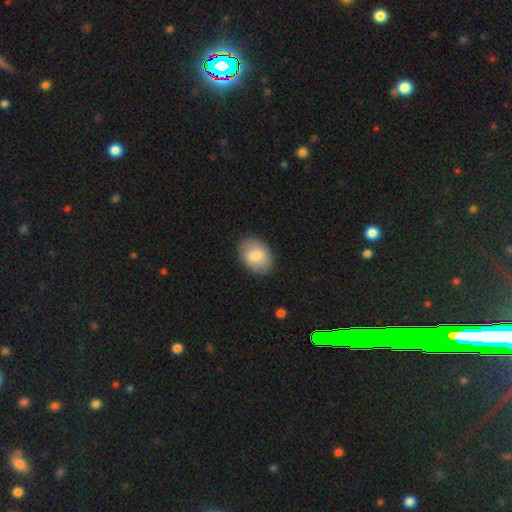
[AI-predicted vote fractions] A smooth galaxy with no disk features (72%) that is in between round and cigar-shaped (80%).

Vote fractions:
- Smooth or featured? smooth: 72% / featured or disk: 21% / star or artifact: 6%
- How rounded? in between: 80% / round: 19% / cigar-shaped: 1%
- Merging? none: 84% / minor disturbance: 12% / major disturbance: 3% / merger: 1%